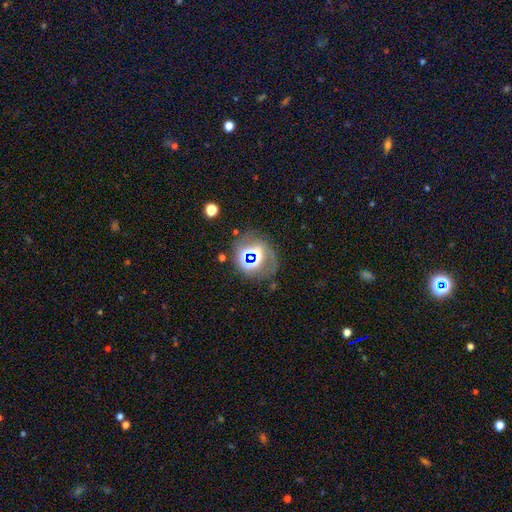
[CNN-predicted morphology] A star or artifact, not a galaxy (42%).

Vote fractions:
- Smooth or featured? star or artifact: 42% / smooth: 29% / featured or disk: 28%